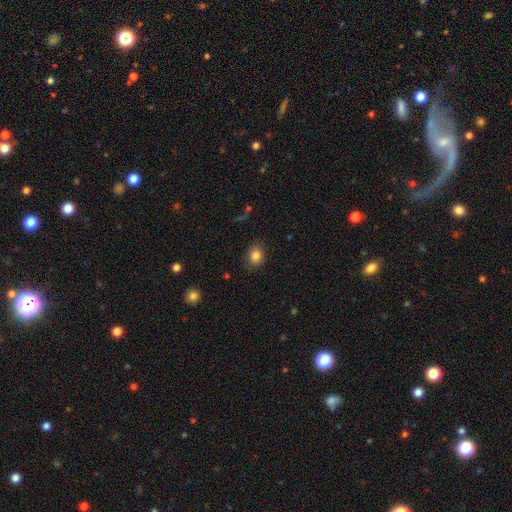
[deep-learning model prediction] A smooth galaxy with no disk features (83%) that is round (60%).

Vote fractions:
- Smooth or featured? smooth: 83% / star or artifact: 11% / featured or disk: 6%
- How rounded? round: 60% / in between: 39% / cigar-shaped: 1%
- Merging? none: 84% / minor disturbance: 12% / major disturbance: 3% / merger: 1%